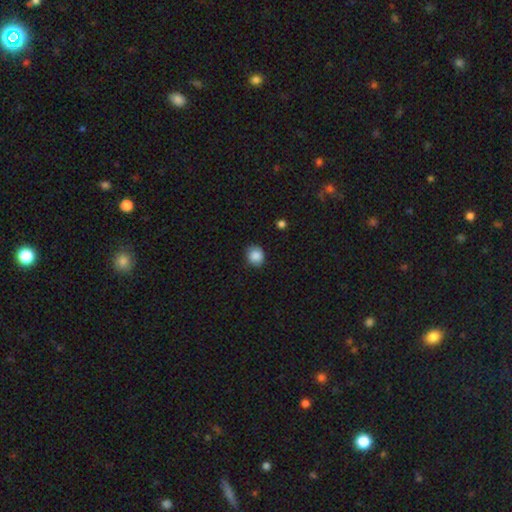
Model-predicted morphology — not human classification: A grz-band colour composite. It shows a smooth galaxy with no disk features (88%) that is round (77%). Merging: none (84%).